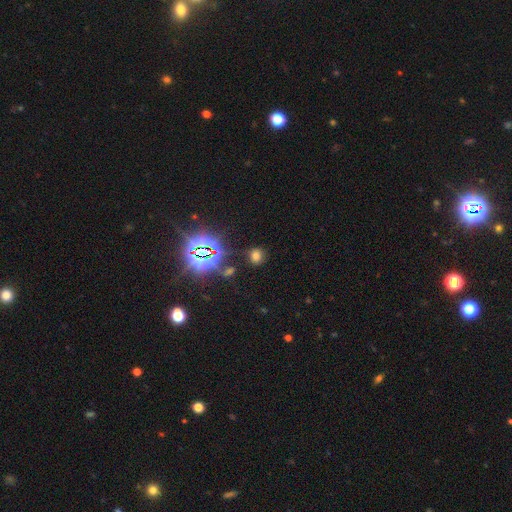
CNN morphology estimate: Overall: smooth (58%; star or artifact 35%). How rounded: round (61%; in between 37%). Merging: none (83%).